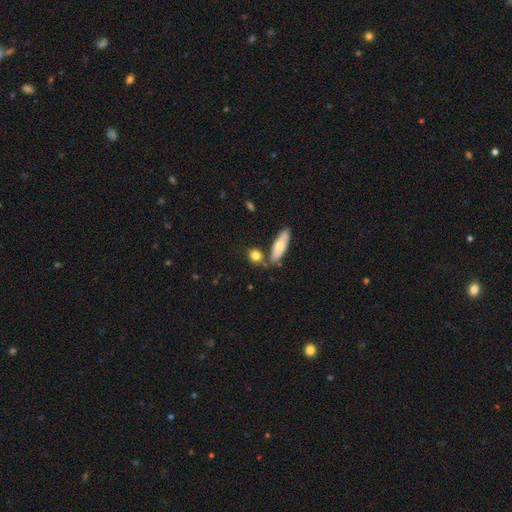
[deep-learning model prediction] Morphology: type=smooth (78%); roundness=round (46%); merging=none (68%).